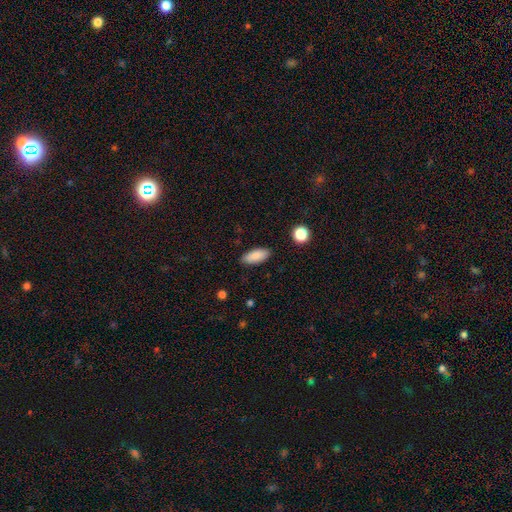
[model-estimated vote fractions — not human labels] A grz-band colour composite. It shows a smooth galaxy with no disk features (88%) that is in between round and cigar-shaped (84%). Merging: none (88%).